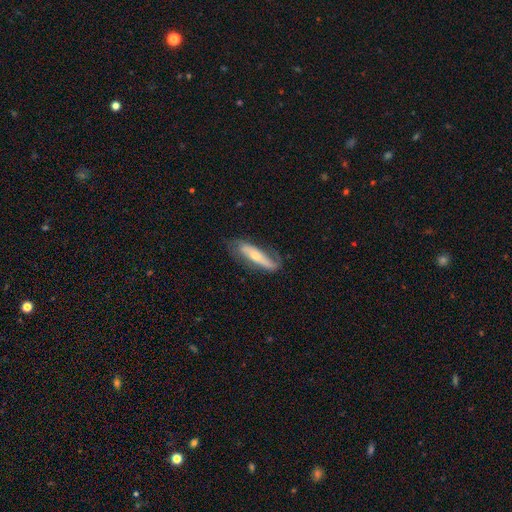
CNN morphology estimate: Smooth or featured: featured or disk — 58% (smooth — 36%)
Edge-on disk: no — 61% (yes — 39%)
Merging: none — 57% (minor disturbance — 27%)